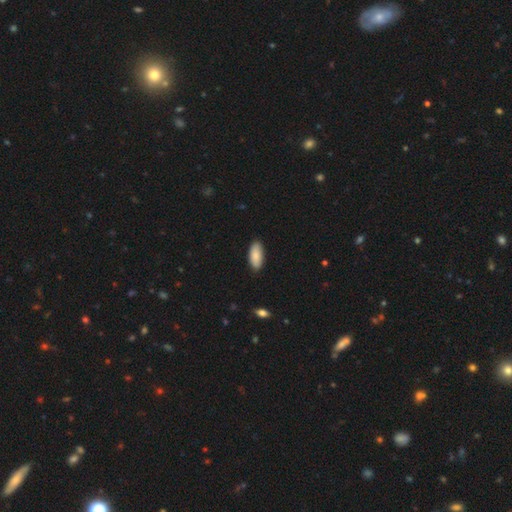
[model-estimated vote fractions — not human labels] Q: Smooth or featured?
A: smooth (88%); runner-up: featured or disk (7%)
Q: How rounded?
A: in between (88%); runner-up: cigar-shaped (11%)
Q: Merging?
A: none (87%); runner-up: minor disturbance (10%)